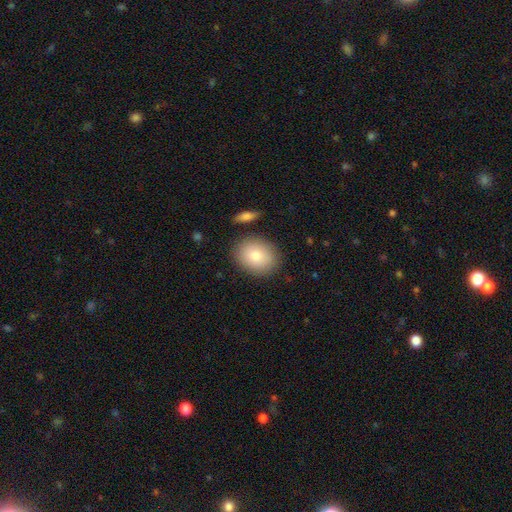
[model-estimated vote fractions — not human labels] Overall: smooth (82%). How rounded: in between (56%; round 43%). Merging: none (84%).